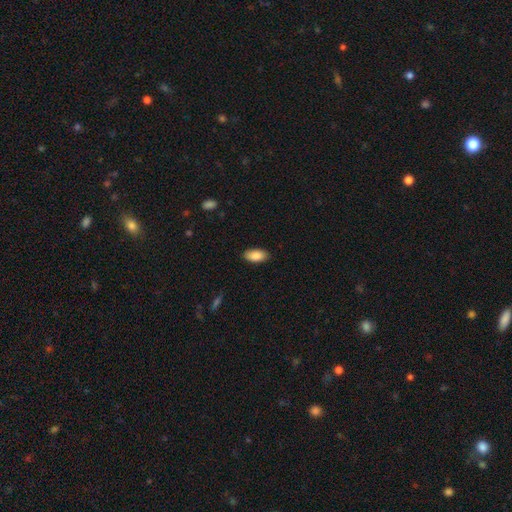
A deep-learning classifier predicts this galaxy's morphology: This appears to be a smooth galaxy with no disk features (88%) that is in between round and cigar-shaped (94%). Merging: none (88%).